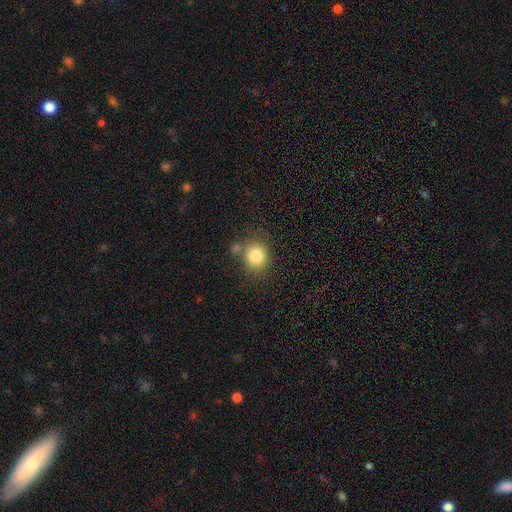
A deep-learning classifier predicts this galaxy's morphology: Smooth or featured: smooth — 82% (star or artifact — 10%)
How rounded: round — 77% (in between — 22%)
Merging: none — 69% (minor disturbance — 14%)